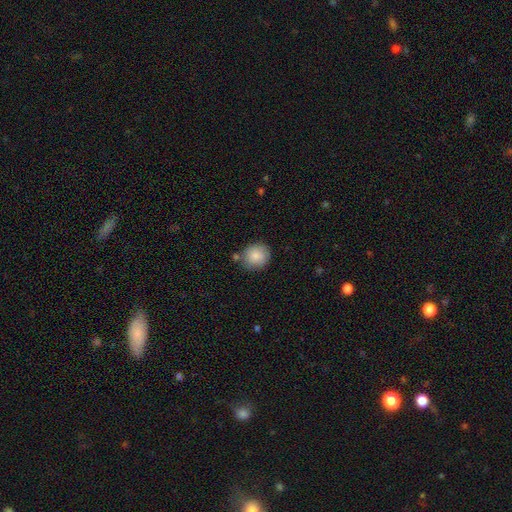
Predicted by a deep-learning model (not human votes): A smooth galaxy with no disk features (85%) that is round (83%). Merging: none (76%).